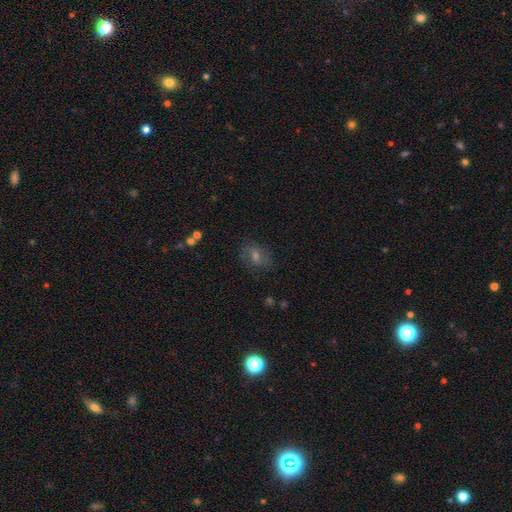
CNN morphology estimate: smooth-or-featured: featured or disk: 45% | smooth: 31% | star or artifact: 24%
  merging: none: 78% | minor disturbance: 14% | major disturbance: 6% | merger: 2%